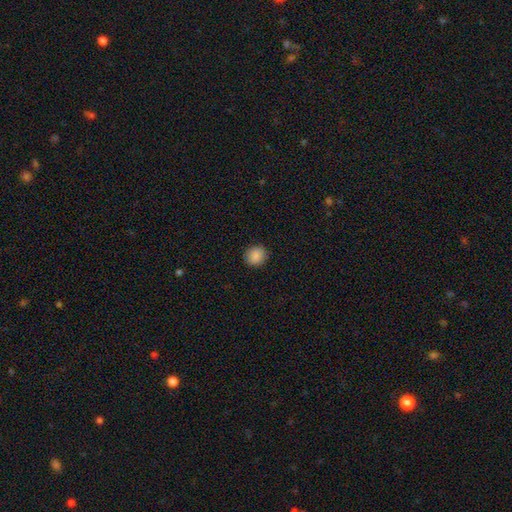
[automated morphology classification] smooth-or-featured: smooth: 88% | star or artifact: 8% | featured or disk: 4%
  how-rounded: round: 81% | in between: 18% | cigar-shaped: 1%
  merging: none: 91% | minor disturbance: 7% | major disturbance: 2% | merger: 1%